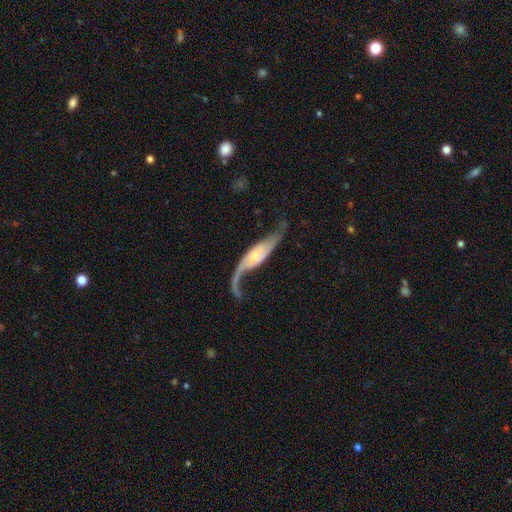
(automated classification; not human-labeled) A featured or disk galaxy (80%) with no bar (62%), 2 (77%) loose (86%) spiral arms (91%) and a small central bulge (57%).

Vote fractions:
- Smooth or featured? featured or disk: 80% / smooth: 15% / star or artifact: 5%
- Edge-on disk? no: 81% / yes: 19%
- Bar? no: 62% / weak: 27% / strong: 11%
- Spiral arms? yes: 91% / no: 9%
- Spiral winding? loose: 86% / medium: 10% / tight: 4%
- Spiral arm count? 2: 77% / 1: 17% / can't tell: 3% / 3: 1% / 4: 1% / more than 4: 1%
- Bulge size? small: 57% / moderate: 31% / none: 6% / large: 4% / dominant: 2%
- Merging? none: 44% / major disturbance: 29% / minor disturbance: 21% / merger: 6%